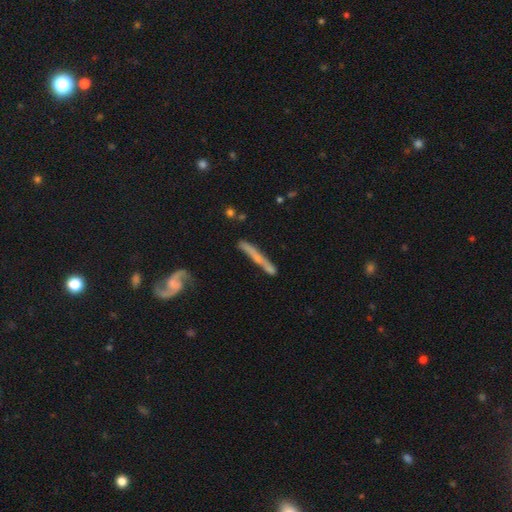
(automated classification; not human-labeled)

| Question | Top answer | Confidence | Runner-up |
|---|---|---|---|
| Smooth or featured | featured or disk | 51% | smooth (43%) |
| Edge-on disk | yes | 79% | no (21%) |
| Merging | none | 67% | minor disturbance (19%) |